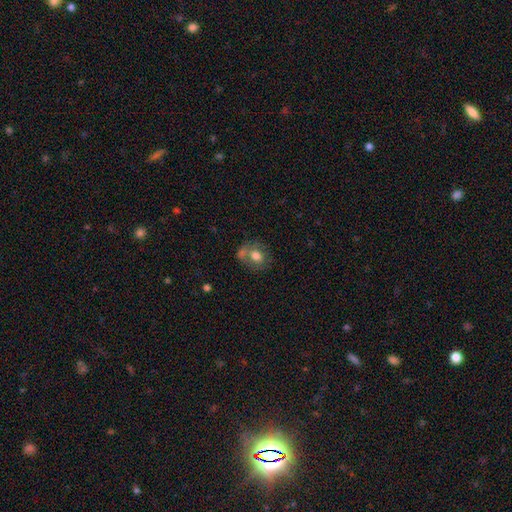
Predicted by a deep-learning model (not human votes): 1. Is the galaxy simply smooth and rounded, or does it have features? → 68% smooth, 23% featured or disk, 9% star or artifact.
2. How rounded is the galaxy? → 52% round, 47% in between, 1% cigar-shaped.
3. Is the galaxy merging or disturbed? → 40% none, 34% merger, 17% minor disturbance, 9% major disturbance.